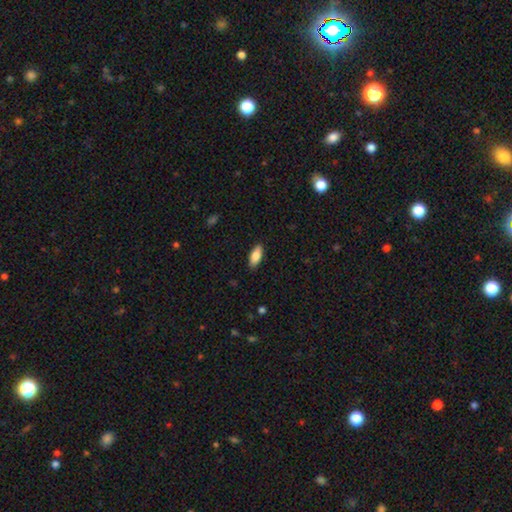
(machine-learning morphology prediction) smooth-or-featured: smooth: 83% | featured or disk: 11% | star or artifact: 6%
  how-rounded: in between: 81% | cigar-shaped: 17% | round: 2%
  merging: none: 88% | minor disturbance: 9% | major disturbance: 2% | merger: 1%